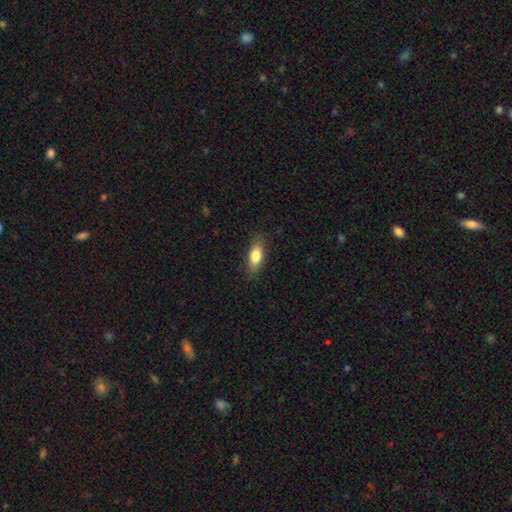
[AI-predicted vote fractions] Overall: smooth (78%). How rounded: in between (72%). Merging: none (83%).